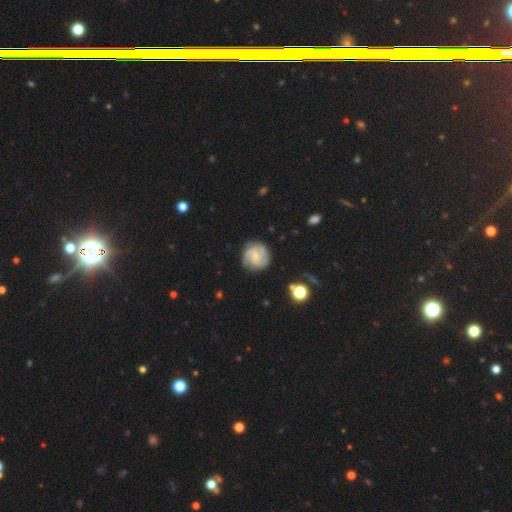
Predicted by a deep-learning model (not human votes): This is likely a featured or disk galaxy (74%). It is clearly not viewed edge-on (98%). Bar: possibly no (51%). Spiral arm pattern: clearly yes (94%). Spiral arm count: possibly 2 (50%). Spiral winding: possibly tight (46%). Central bulge: likely small (66%). Merging: likely none (78%).